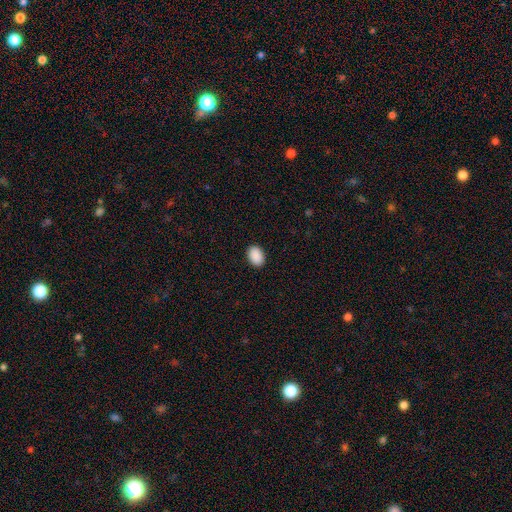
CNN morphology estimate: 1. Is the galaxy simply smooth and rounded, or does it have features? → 91% smooth, 7% star or artifact, 2% featured or disk.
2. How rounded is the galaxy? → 83% in between, 16% round, 1% cigar-shaped.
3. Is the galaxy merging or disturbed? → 91% none, 7% minor disturbance, 2% major disturbance, 1% merger.